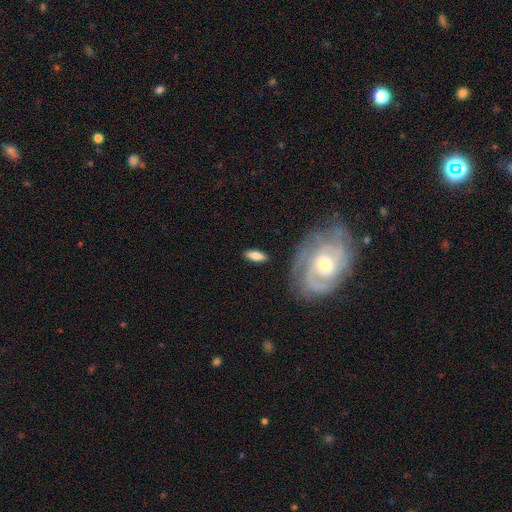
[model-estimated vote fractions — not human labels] smooth 71%, featured or disk 23%, star or artifact 6%. Down the decision tree: how rounded — in between (68%); merging — none (83%).